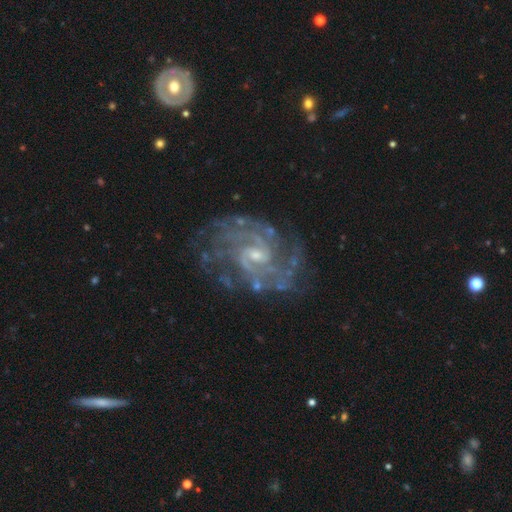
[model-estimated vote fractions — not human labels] Overall: featured or disk (90%). Edge-on disk: no (98%). Bar: weak (55%; no 33%). Spiral arms: yes (97%). Spiral arm count: 2 (36%; can't tell 25%). Spiral winding: tight (49%; medium 41%). Bulge size: small (63%; moderate 30%). Merging: none (73%).